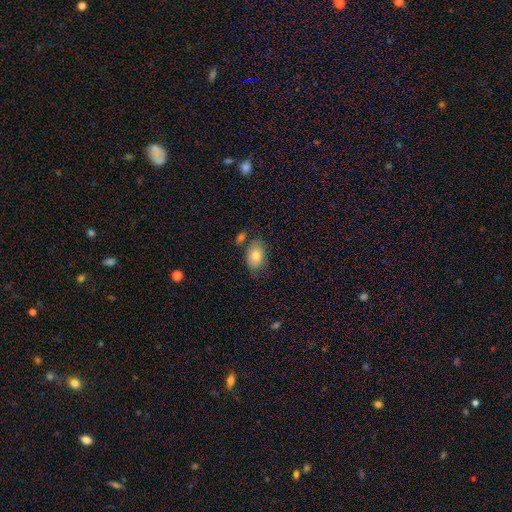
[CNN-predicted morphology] type=smooth (79%); roundness=in between (85%); merging=none (66%).